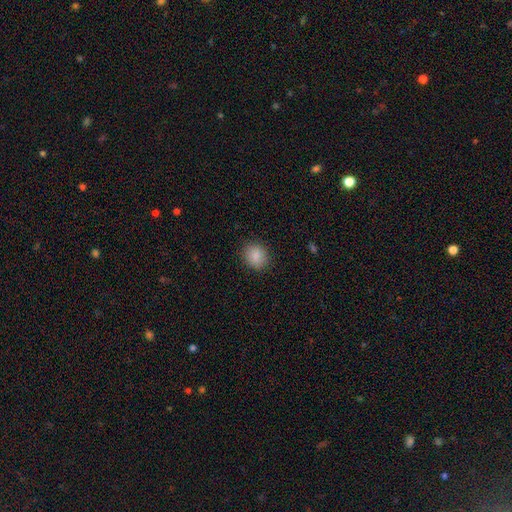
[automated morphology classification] smooth_or_featured: smooth (p=0.87) [alt: star or artifact p=0.09]
how_rounded: round (p=0.73) [alt: in between p=0.26]
merging: none (p=0.88) [alt: minor disturbance p=0.08]